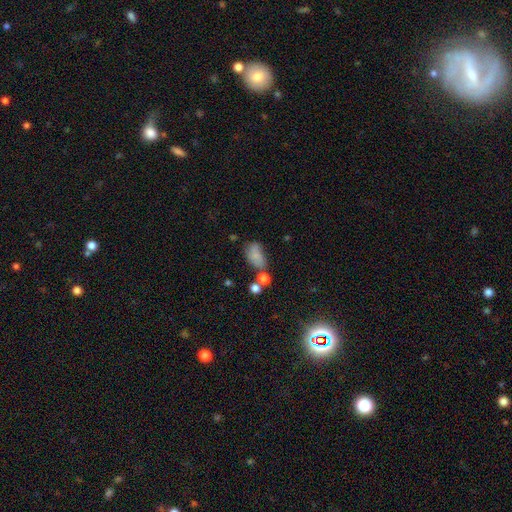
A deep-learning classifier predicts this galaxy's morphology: smooth-or-featured: smooth: 72% | featured or disk: 17% | star or artifact: 11%
  how-rounded: in between: 86% | round: 11% | cigar-shaped: 3%
  merging: none: 39% | minor disturbance: 26% | merger: 22% | major disturbance: 14%